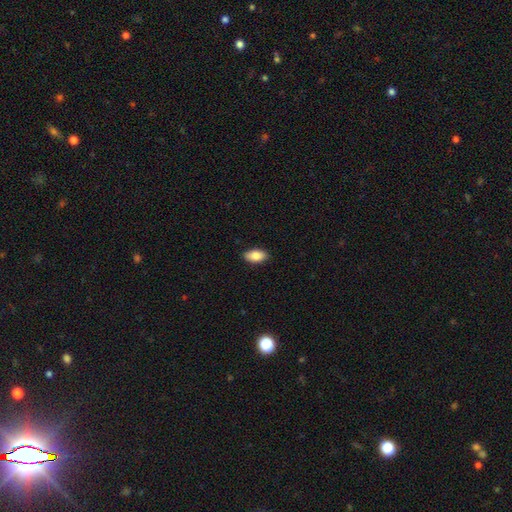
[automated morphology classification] Smooth or featured: smooth — 84% (featured or disk — 9%)
How rounded: in between — 92% (cigar-shaped — 4%)
Merging: none — 89% (minor disturbance — 9%)